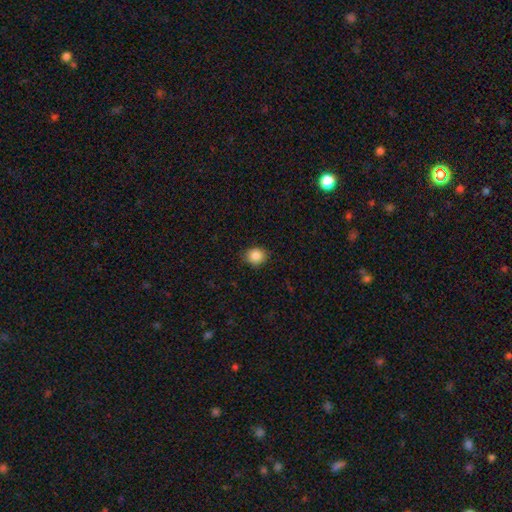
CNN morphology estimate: This is clearly a smooth galaxy (87%). How rounded: likely round (74%). Merging: clearly none (87%).